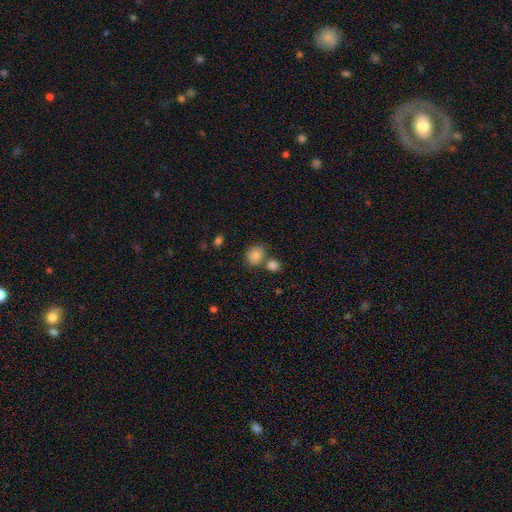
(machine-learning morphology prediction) Smooth or featured? Predicted: smooth (p=0.85). How rounded? Predicted: round (p=0.51). Merging? Predicted: none (p=0.51).